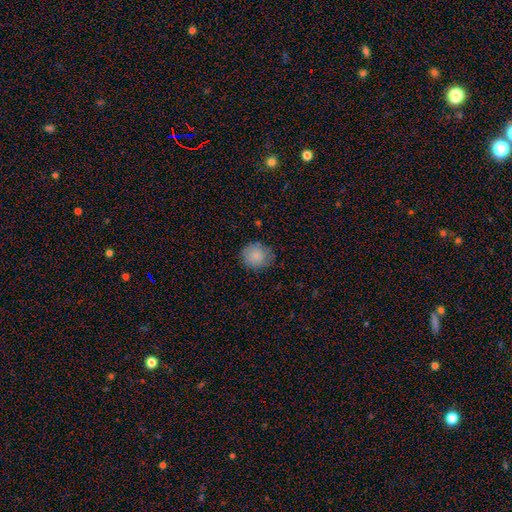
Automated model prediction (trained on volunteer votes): smooth-or-featured: smooth: 85% | star or artifact: 8% | featured or disk: 7%
  how-rounded: round: 83% | in between: 16% | cigar-shaped: 1%
  merging: none: 79% | minor disturbance: 16% | major disturbance: 4% | merger: 1%